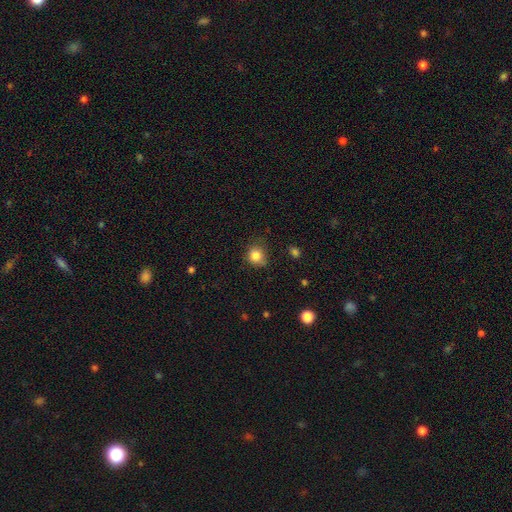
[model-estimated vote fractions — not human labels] The model was most divided on "merging": none: 70%, minor disturbance: 23%, major disturbance: 5%, merger: 2%. More confident: smooth or featured — smooth (83%); how rounded — round (79%).